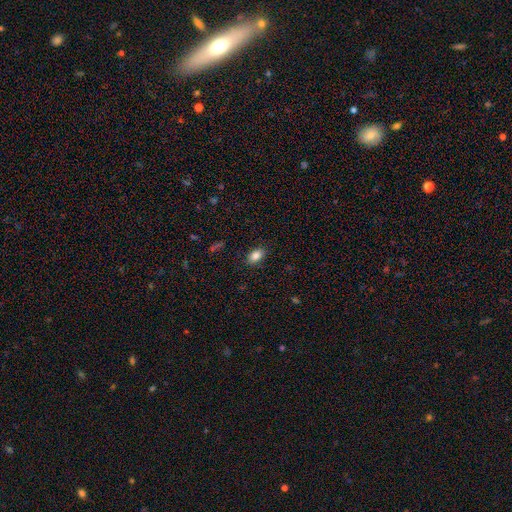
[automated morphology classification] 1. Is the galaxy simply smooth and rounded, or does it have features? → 85% smooth, 9% star or artifact, 6% featured or disk.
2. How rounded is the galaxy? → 89% in between, 9% round, 2% cigar-shaped.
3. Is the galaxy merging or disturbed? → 87% none, 9% minor disturbance, 2% major disturbance, 1% merger.